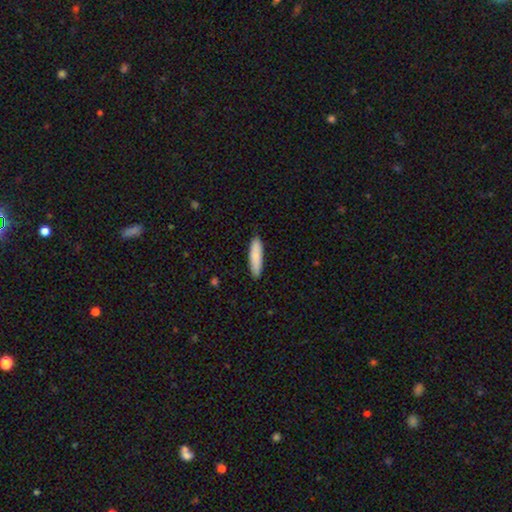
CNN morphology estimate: smooth-or-featured: smooth: 87% | featured or disk: 8% | star or artifact: 6%
  how-rounded: cigar-shaped: 73% | in between: 25% | round: 1%
  merging: none: 89% | minor disturbance: 8% | major disturbance: 2% | merger: 1%